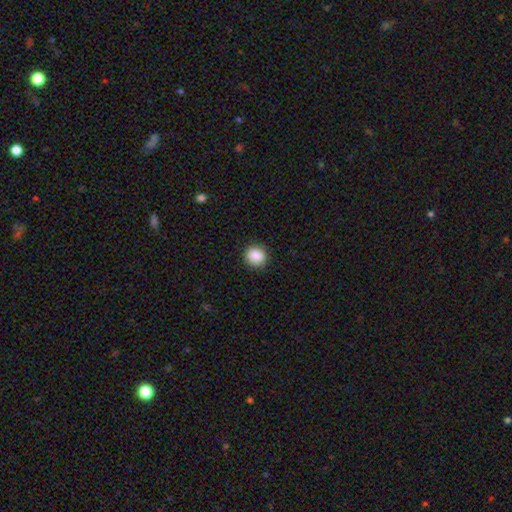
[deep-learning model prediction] A smooth galaxy with no disk features (88%) that is round (77%).

Vote fractions:
- Smooth or featured? smooth: 88% / star or artifact: 9% / featured or disk: 3%
- How rounded? round: 77% / in between: 22% / cigar-shaped: 1%
- Merging? none: 88% / minor disturbance: 9% / major disturbance: 2% / merger: 1%